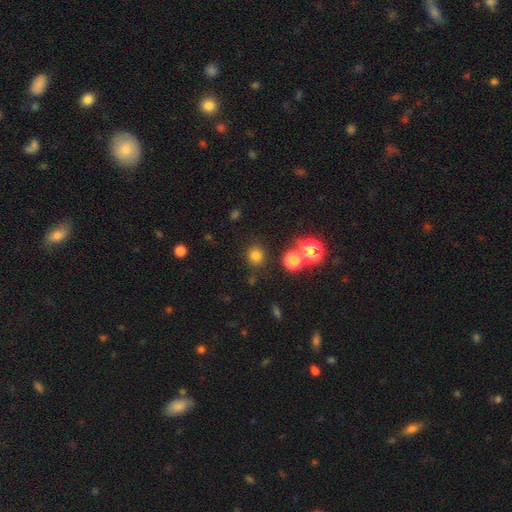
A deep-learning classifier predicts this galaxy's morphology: Smooth or featured? Predicted: smooth (p=0.76). How rounded? Predicted: round (p=0.90). Merging? Predicted: none (p=0.83).